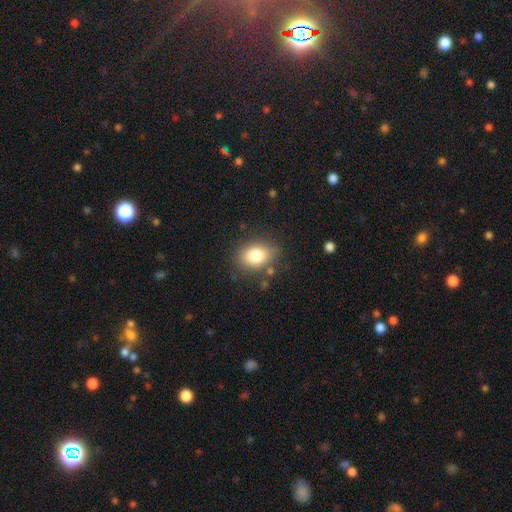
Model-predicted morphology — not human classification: Smooth or featured?
  - smooth: 80% *
  - featured or disk: 11%
  - star or artifact: 10%
How rounded?
  - in between: 72% *
  - round: 27%
  - cigar-shaped: 1%
Merging?
  - none: 79% *
  - minor disturbance: 13%
  - major disturbance: 4%
  - merger: 3%